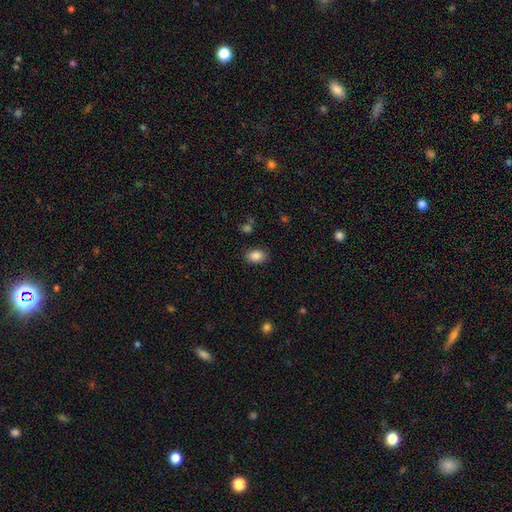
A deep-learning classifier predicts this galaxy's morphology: type=smooth (87%); roundness=in between (82%); merging=none (85%).